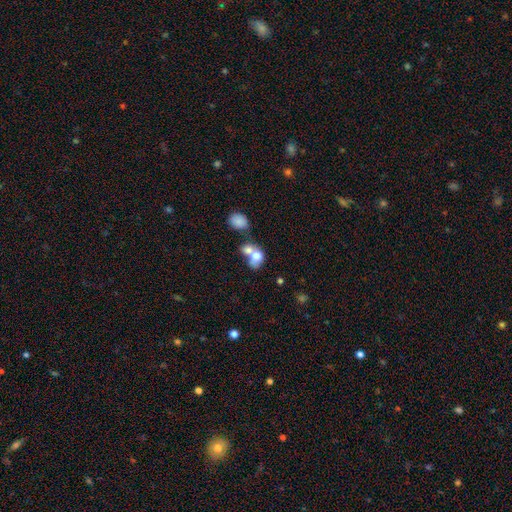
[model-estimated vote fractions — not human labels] A smooth galaxy with no disk features (71%) that is in between round and cigar-shaped (59%).

Vote fractions:
- Smooth or featured? smooth: 71% / featured or disk: 21% / star or artifact: 8%
- How rounded? in between: 59% / round: 39% / cigar-shaped: 1%
- Merging? merger: 70% / none: 16% / minor disturbance: 7% / major disturbance: 6%